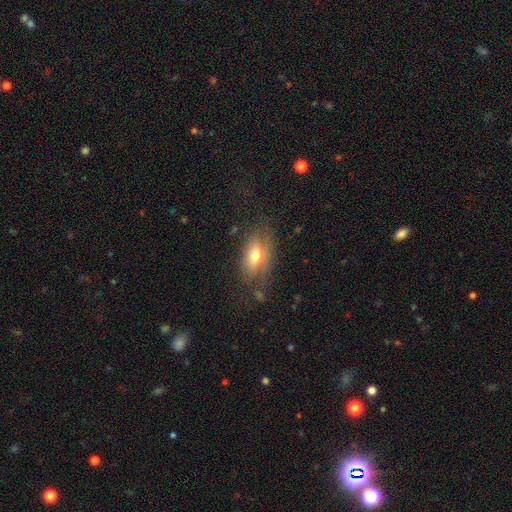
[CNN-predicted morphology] smooth 69%, featured or disk 22%, star or artifact 9%. Down the decision tree: how rounded — in between (86%); merging — none (61%).